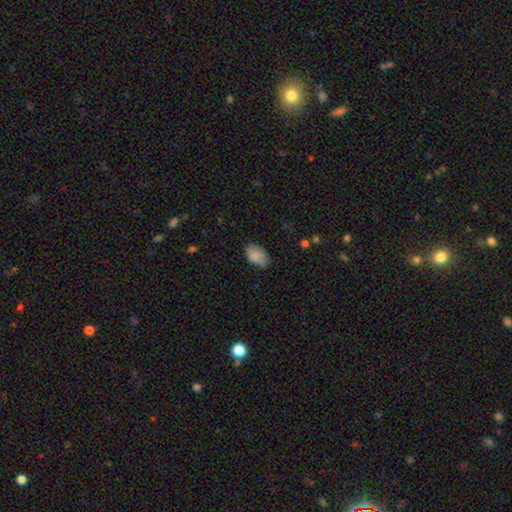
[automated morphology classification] Q: Smooth or featured?
A: smooth (86%); runner-up: featured or disk (7%)
Q: How rounded?
A: in between (90%); runner-up: round (9%)
Q: Merging?
A: none (73%); runner-up: minor disturbance (22%)